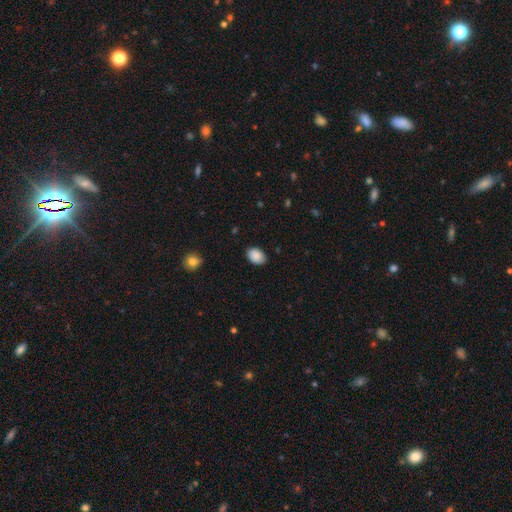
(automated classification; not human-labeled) This appears to be a smooth galaxy with no disk features (88%) that is in between round and cigar-shaped (83%). Merging: none (85%).